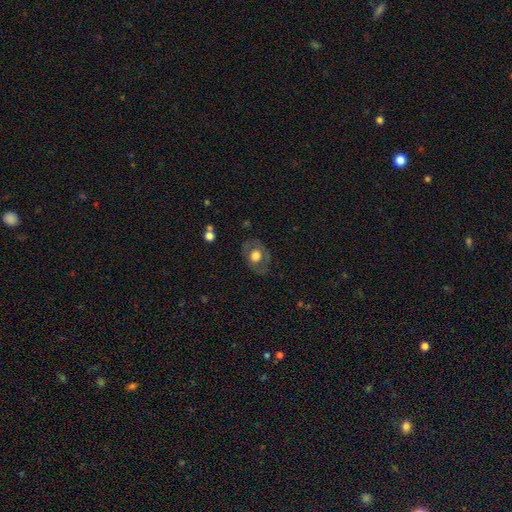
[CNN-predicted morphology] smooth_or_featured: smooth (p=0.51) [alt: featured or disk p=0.42]
how_rounded: in between (p=0.53) [alt: round p=0.46]
merging: none (p=0.76) [alt: minor disturbance p=0.16]